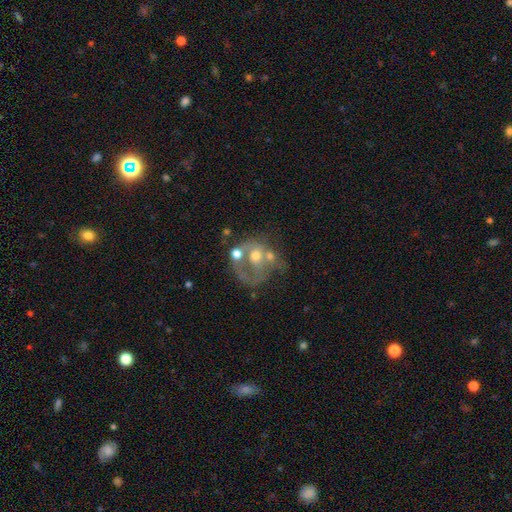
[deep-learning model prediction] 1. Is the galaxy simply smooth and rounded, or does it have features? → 61% featured or disk, 28% smooth, 11% star or artifact.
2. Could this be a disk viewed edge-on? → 98% no, 2% yes.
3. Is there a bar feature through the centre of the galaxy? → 82% no, 15% weak, 4% strong.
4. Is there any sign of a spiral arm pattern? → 63% no, 37% yes.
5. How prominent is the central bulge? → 59% moderate, 25% small, 8% none, 6% large, 2% dominant.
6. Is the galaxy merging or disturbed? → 35% merger, 28% none, 23% major disturbance, 14% minor disturbance.